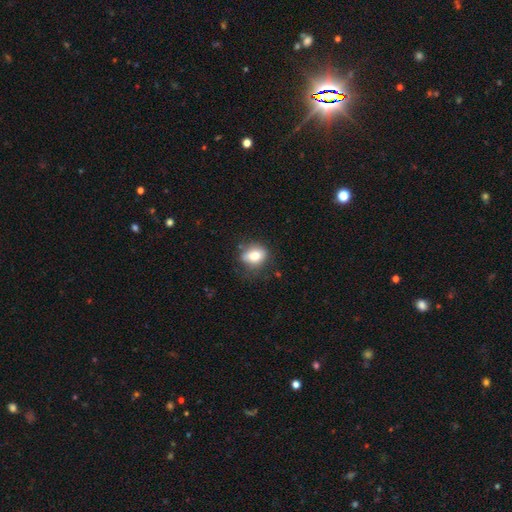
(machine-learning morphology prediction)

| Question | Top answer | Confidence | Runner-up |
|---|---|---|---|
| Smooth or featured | smooth | 78% | featured or disk (13%) |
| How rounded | in between | 52% | round (46%) |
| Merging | none | 66% | minor disturbance (24%) |